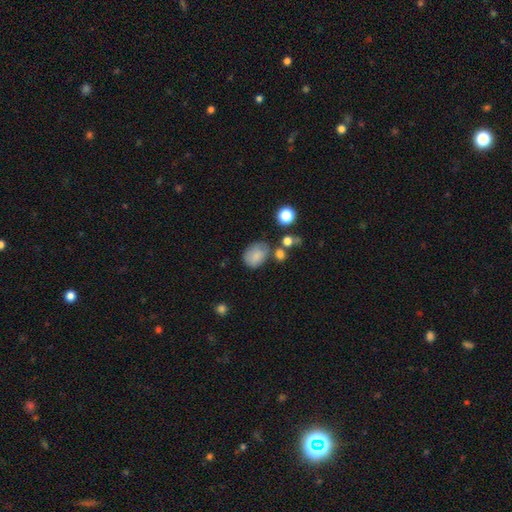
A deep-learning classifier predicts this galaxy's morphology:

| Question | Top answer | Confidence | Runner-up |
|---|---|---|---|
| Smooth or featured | smooth | 81% | featured or disk (10%) |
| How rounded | in between | 66% | round (33%) |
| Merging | none | 56% | minor disturbance (24%) |